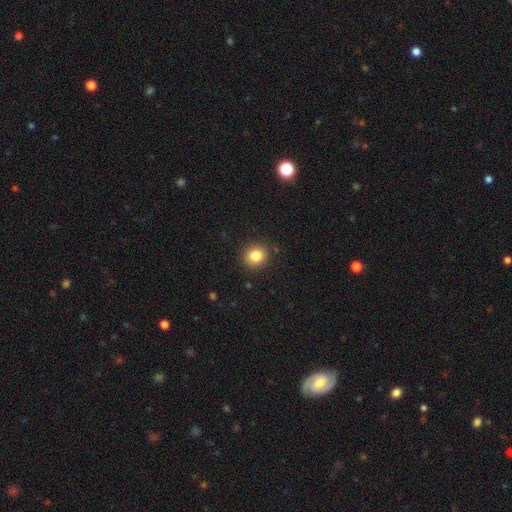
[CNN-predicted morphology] smooth-or-featured: smooth: 84% | star or artifact: 10% | featured or disk: 6%
  how-rounded: round: 80% | in between: 19% | cigar-shaped: 1%
  merging: none: 89% | minor disturbance: 7% | major disturbance: 2% | merger: 1%